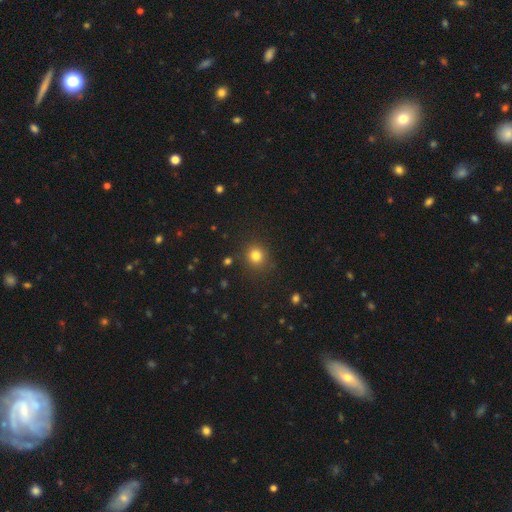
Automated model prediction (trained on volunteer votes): smooth 81%, star or artifact 14%, featured or disk 6%. Down the decision tree: how rounded — round (87%); merging — none (86%).